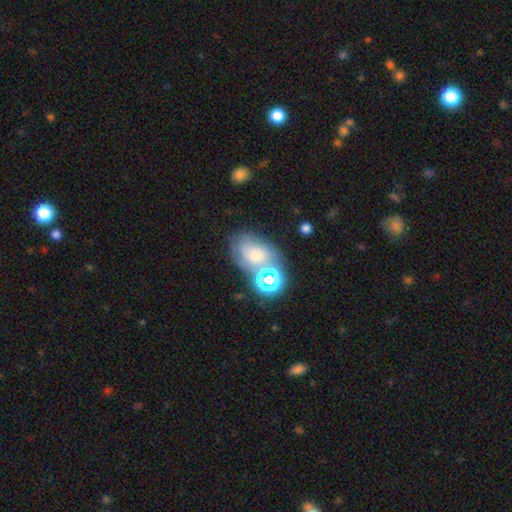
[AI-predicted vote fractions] smooth 40%, featured or disk 34%, star or artifact 26%. Down the decision tree: merging — none (42%).